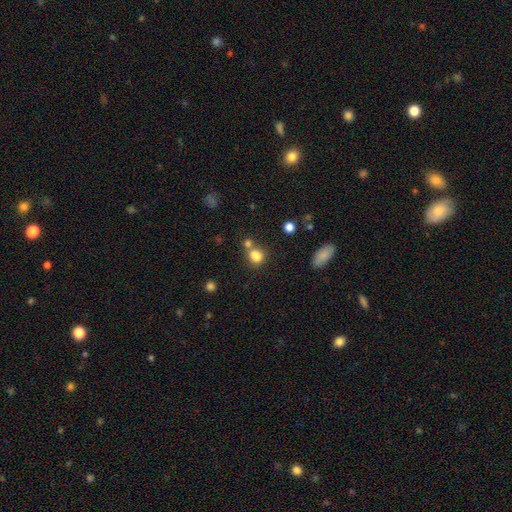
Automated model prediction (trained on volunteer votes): Smooth or featured: smooth — 81% (star or artifact — 12%)
How rounded: round — 68% (in between — 31%)
Merging: none — 51% (merger — 33%)